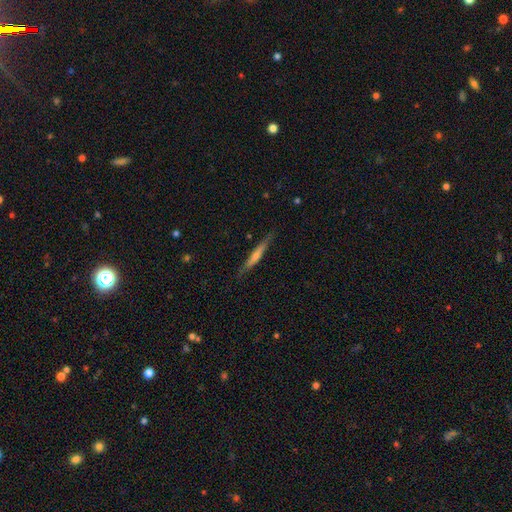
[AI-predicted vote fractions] smooth-or-featured: featured or disk: 57% | smooth: 36% | star or artifact: 7%
  disk-edge-on: yes: 95% | no: 5%
    edge-on-bulge: none: 47% | rounded: 42% | boxy: 11%
  merging: none: 86% | minor disturbance: 11% | major disturbance: 2% | merger: 1%